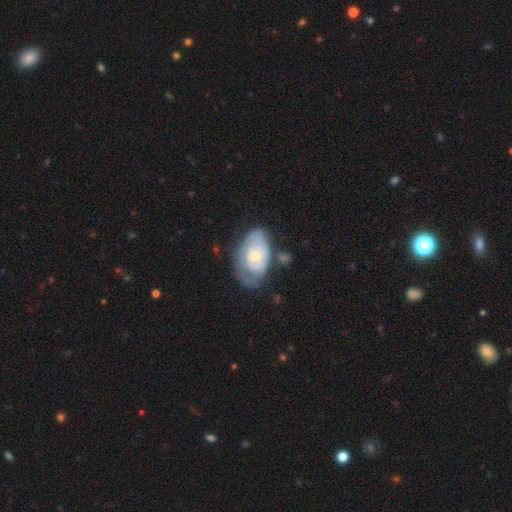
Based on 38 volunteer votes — featured or disk 61%, smooth 37%, star or artifact 3%. Down the decision tree: edge-on disk — no (91%); bar — no (86%); spiral arms — no (67%); bulge size — small (62%); merging — none (43%).